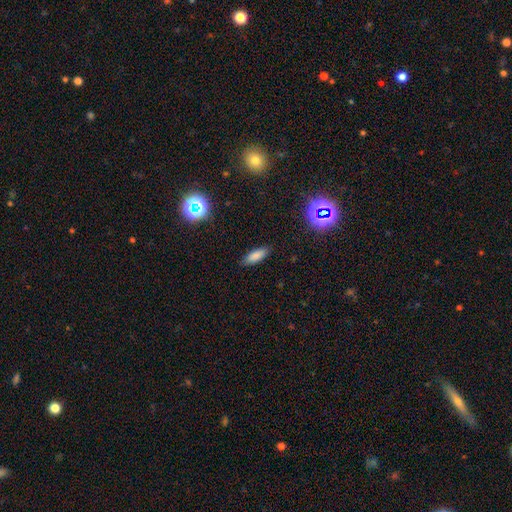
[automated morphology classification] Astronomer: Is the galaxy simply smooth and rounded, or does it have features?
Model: smooth — 81%.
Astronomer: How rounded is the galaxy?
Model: in between — 65%.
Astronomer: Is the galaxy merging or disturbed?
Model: none — 86%.